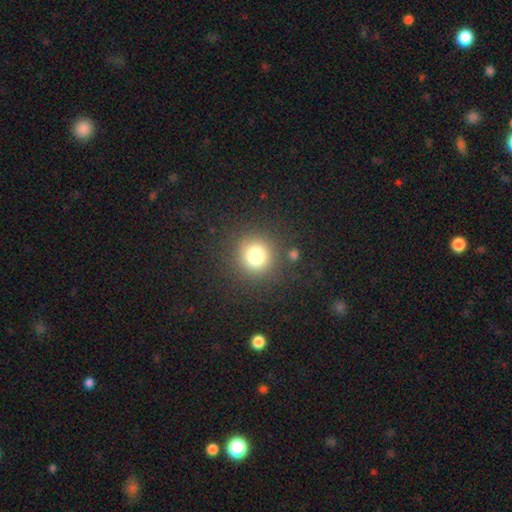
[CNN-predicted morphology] smooth 78%, star or artifact 14%, featured or disk 8%. Down the decision tree: how rounded — round (93%); merging — none (86%).